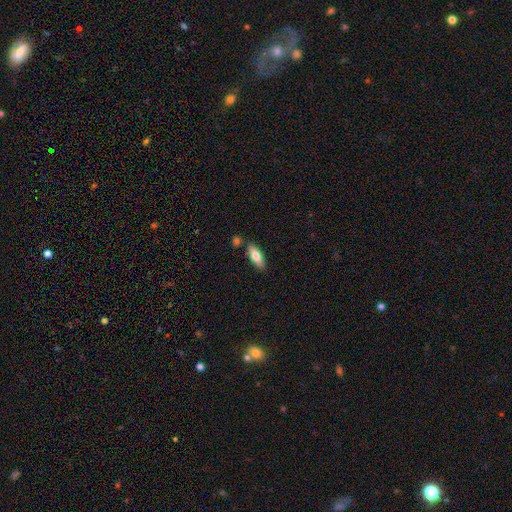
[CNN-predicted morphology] Smooth or featured?
  - smooth: 71% *
  - featured or disk: 23%
  - star or artifact: 6%
How rounded?
  - in between: 64% *
  - cigar-shaped: 34%
  - round: 2%
Merging?
  - none: 79% *
  - minor disturbance: 11%
  - merger: 7%
  - major disturbance: 2%